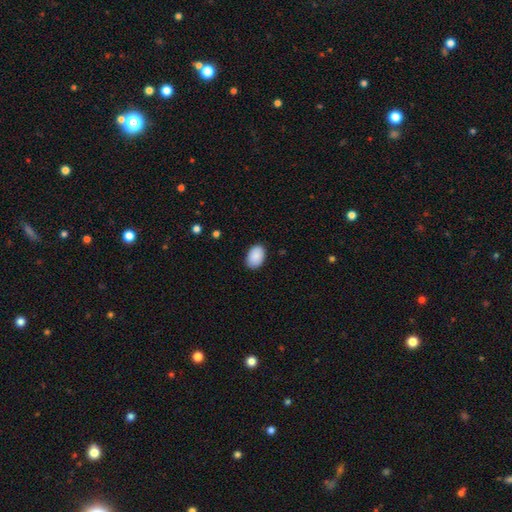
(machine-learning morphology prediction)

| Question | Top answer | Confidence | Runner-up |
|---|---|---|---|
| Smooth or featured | smooth | 90% | star or artifact (6%) |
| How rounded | in between | 88% | round (11%) |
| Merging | none | 87% | minor disturbance (10%) |